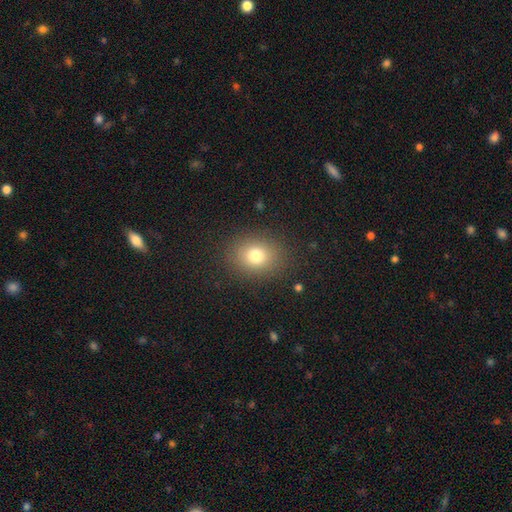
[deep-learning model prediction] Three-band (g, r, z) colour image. It shows a smooth galaxy with no disk features (77%) that is round (59%). Merging: none (86%).